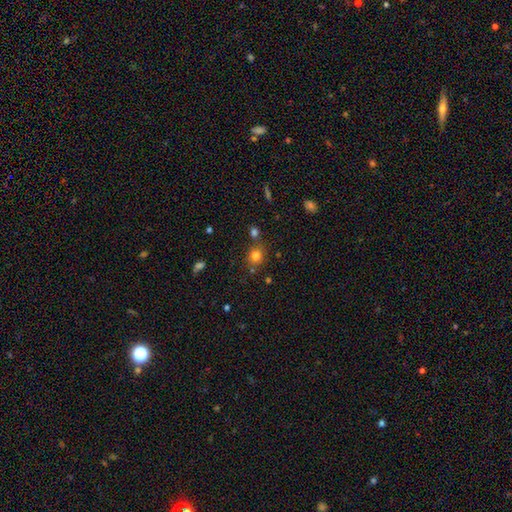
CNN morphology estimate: Q: Smooth or featured?
A: smooth (78%); runner-up: star or artifact (15%)
Q: How rounded?
A: round (81%); runner-up: in between (18%)
Q: Merging?
A: none (76%); runner-up: merger (11%)